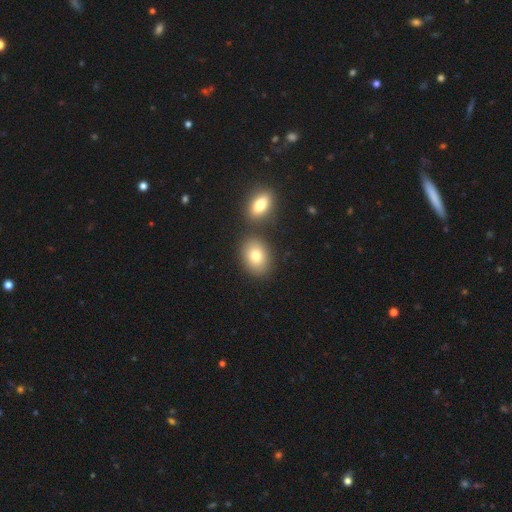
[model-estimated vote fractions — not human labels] Overall: smooth (80%). How rounded: in between (72%). Merging: none (72%).